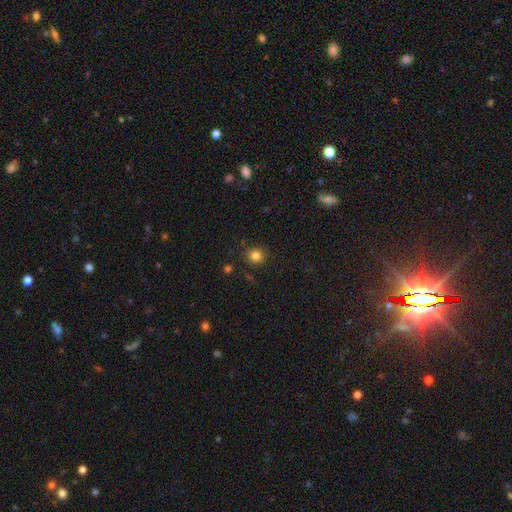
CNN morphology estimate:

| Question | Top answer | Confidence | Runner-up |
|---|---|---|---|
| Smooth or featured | smooth | 82% | star or artifact (13%) |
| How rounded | round | 87% | in between (12%) |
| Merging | none | 86% | minor disturbance (9%) |